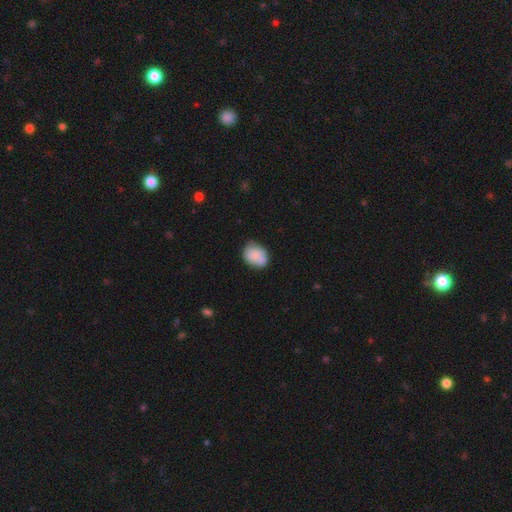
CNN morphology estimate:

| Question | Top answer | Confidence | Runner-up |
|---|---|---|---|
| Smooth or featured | smooth | 77% | featured or disk (15%) |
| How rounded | in between | 61% | round (38%) |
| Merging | none | 58% | minor disturbance (28%) |